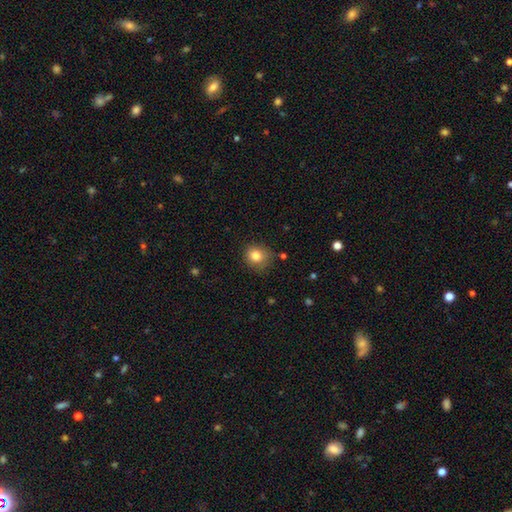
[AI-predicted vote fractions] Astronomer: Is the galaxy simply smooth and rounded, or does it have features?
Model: smooth — 83%.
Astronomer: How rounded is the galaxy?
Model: round — 81%.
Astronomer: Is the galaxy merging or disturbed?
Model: none — 73%.